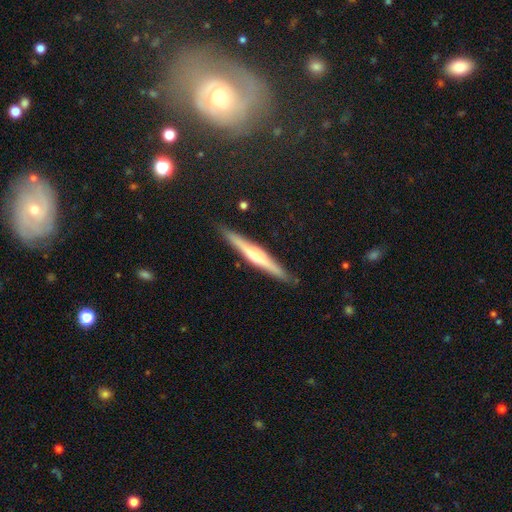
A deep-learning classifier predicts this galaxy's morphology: Smooth or featured?
  - featured or disk: 64% *
  - smooth: 29%
  - star or artifact: 7%
Edge-on disk?
  - yes: 97% *
  - no: 3%
Edge-on bulge?
  - rounded: 66% *
  - none: 20%
  - boxy: 14%
Merging?
  - none: 89% *
  - minor disturbance: 8%
  - major disturbance: 2%
  - merger: 1%